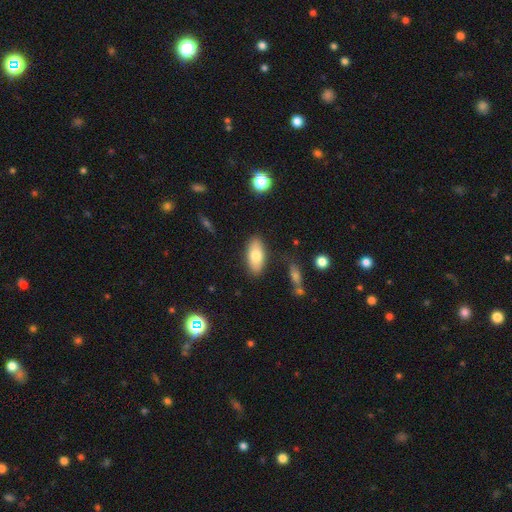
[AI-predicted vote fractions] smooth-or-featured: smooth: 76% | featured or disk: 17% | star or artifact: 7%
  how-rounded: in between: 89% | cigar-shaped: 8% | round: 3%
  merging: none: 84% | minor disturbance: 11% | major disturbance: 3% | merger: 2%